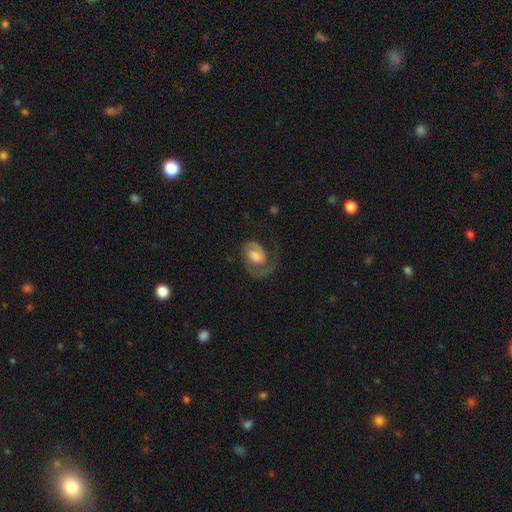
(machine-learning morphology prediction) This appears to be a featured or disk galaxy (78%) with no bar (54%), 1 (57%) medium (42%) spiral arms (94%) and a moderate central bulge (38%). Merging: none (55%).